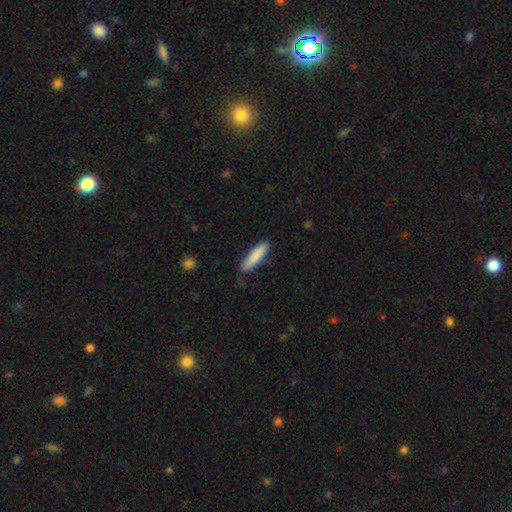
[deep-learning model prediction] smooth_or_featured: smooth (p=0.85) [alt: featured or disk p=0.10]
how_rounded: cigar-shaped (p=0.81) [alt: in between p=0.18]
merging: none (p=0.84) [alt: minor disturbance p=0.13]